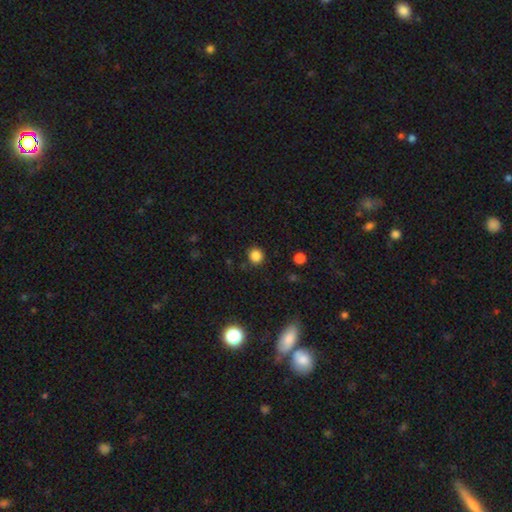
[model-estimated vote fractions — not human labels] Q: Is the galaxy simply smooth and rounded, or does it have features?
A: smooth — 84%.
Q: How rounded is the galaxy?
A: round — 93%.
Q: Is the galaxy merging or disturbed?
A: none — 89%.